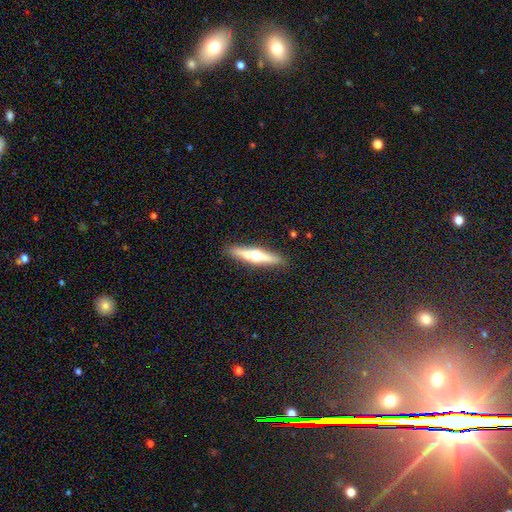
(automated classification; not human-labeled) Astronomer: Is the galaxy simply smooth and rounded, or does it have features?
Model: featured or disk — 63%.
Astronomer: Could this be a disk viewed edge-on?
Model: yes — 95%.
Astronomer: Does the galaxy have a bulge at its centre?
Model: rounded — 93%.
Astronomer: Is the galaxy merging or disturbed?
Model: none — 84%.